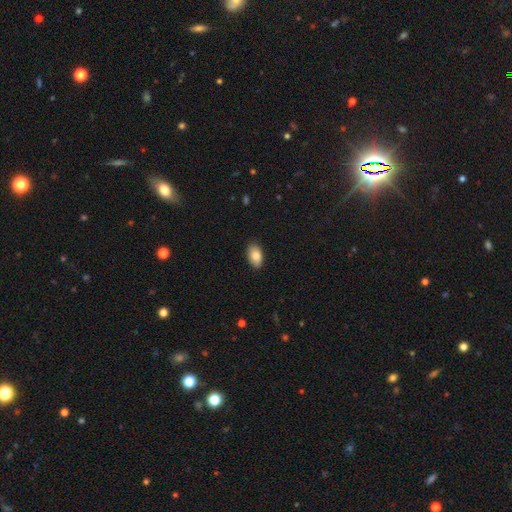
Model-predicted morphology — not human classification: Smooth or featured? Predicted: smooth (p=0.85). How rounded? Predicted: in between (p=0.93). Merging? Predicted: none (p=0.87).